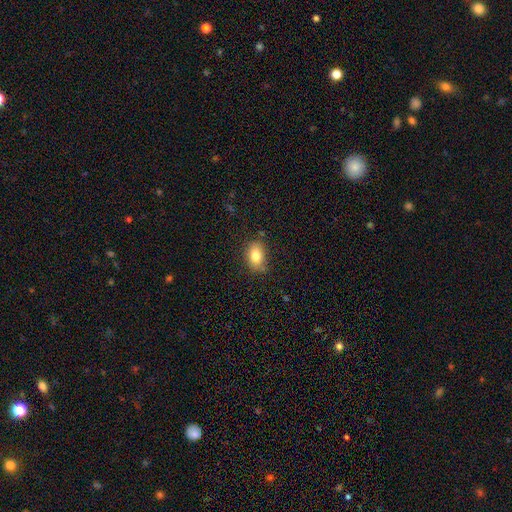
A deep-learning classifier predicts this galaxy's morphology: smooth-or-featured: smooth: 82% | star or artifact: 9% | featured or disk: 9%
  how-rounded: in between: 81% | round: 17% | cigar-shaped: 2%
  merging: none: 79% | minor disturbance: 15% | major disturbance: 3% | merger: 2%